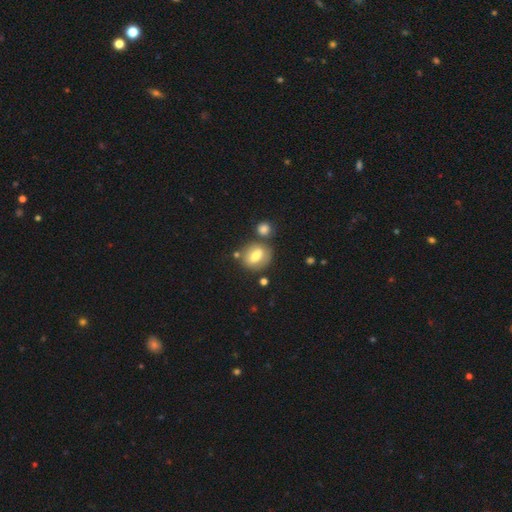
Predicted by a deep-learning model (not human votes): Smooth or featured? smooth (63%)
How rounded? round (50%)
Merging? none (66%)